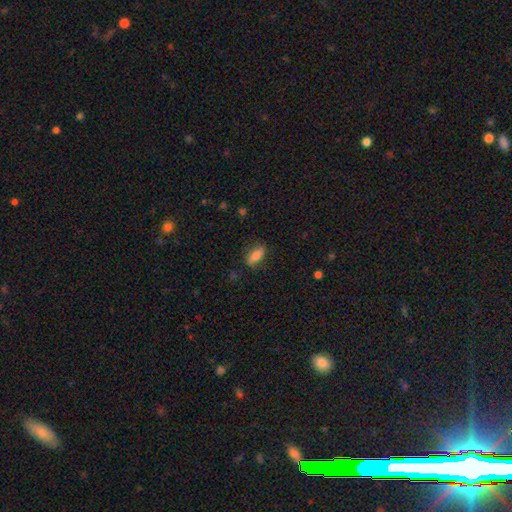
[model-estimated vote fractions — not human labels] Smooth or featured: smooth — 74% (featured or disk — 18%)
How rounded: in between — 73% (cigar-shaped — 23%)
Merging: none — 78% (minor disturbance — 17%)